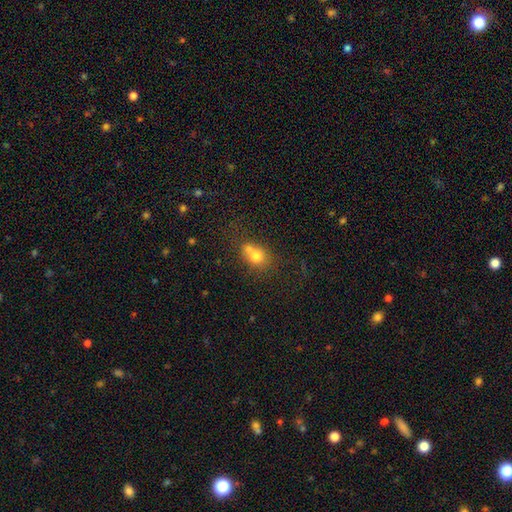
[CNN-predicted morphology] Smooth or featured? smooth (70%)
How rounded? round (62%)
Merging? merger (52%)